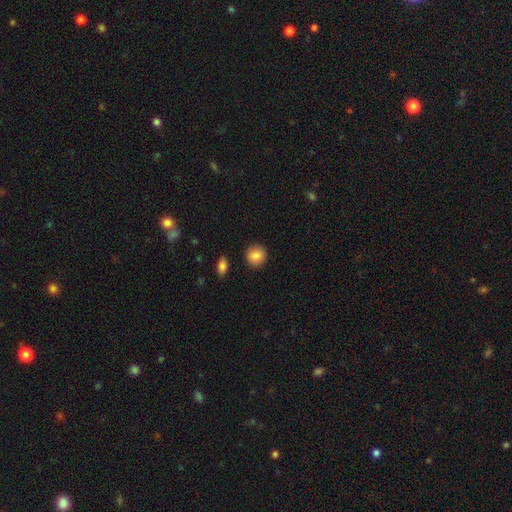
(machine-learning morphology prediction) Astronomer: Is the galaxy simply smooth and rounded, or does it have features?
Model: smooth — 87%.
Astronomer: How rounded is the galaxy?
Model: round — 87%.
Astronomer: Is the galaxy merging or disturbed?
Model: none — 90%.